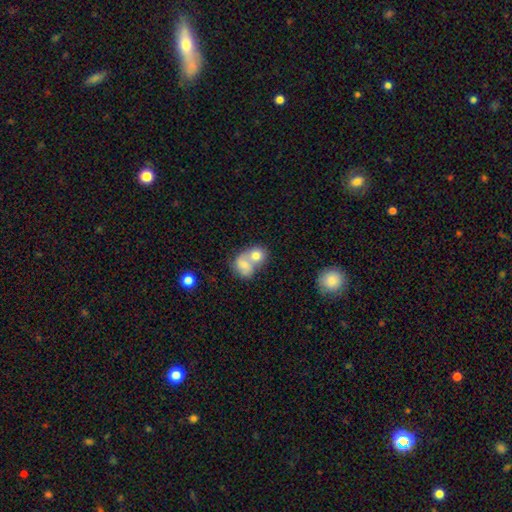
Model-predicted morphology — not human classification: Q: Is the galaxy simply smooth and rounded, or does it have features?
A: smooth — 72%.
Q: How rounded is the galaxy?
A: round — 63%.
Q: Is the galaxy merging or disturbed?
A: merger — 71%.